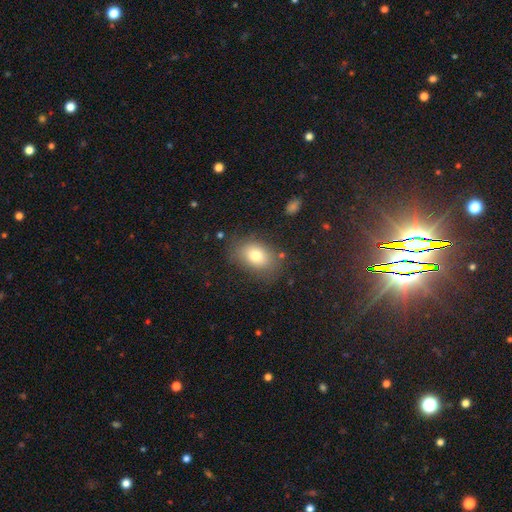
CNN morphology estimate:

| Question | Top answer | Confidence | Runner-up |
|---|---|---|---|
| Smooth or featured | smooth | 76% | featured or disk (13%) |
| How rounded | in between | 77% | round (22%) |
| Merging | none | 75% | minor disturbance (16%) |